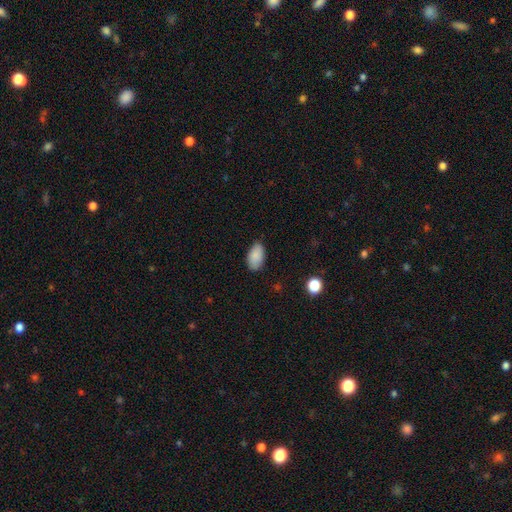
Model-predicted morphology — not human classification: smooth 89%, star or artifact 7%, featured or disk 4%. Down the decision tree: how rounded — in between (94%); merging — none (81%).